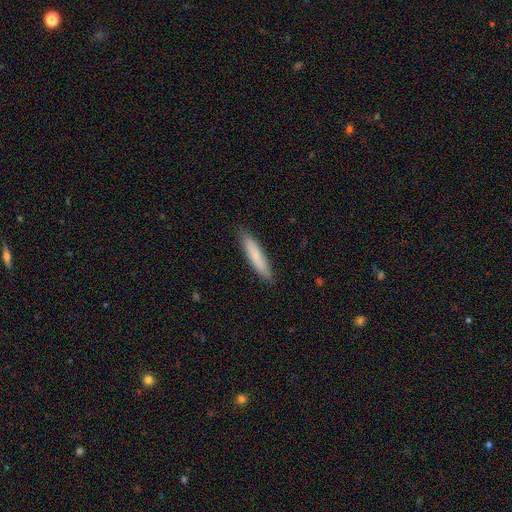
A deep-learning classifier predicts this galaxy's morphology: smooth_or_featured: smooth (p=0.80) [alt: featured or disk p=0.14]
how_rounded: cigar-shaped (p=0.88) [alt: in between p=0.11]
merging: none (p=0.87) [alt: minor disturbance p=0.10]